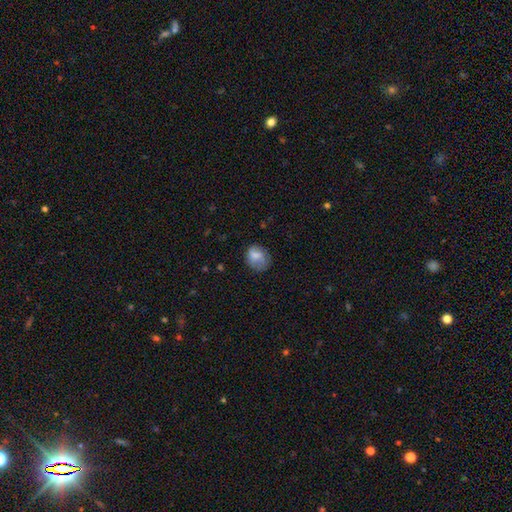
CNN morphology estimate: type=smooth (75%); roundness=round (55%); merging=none (58%).